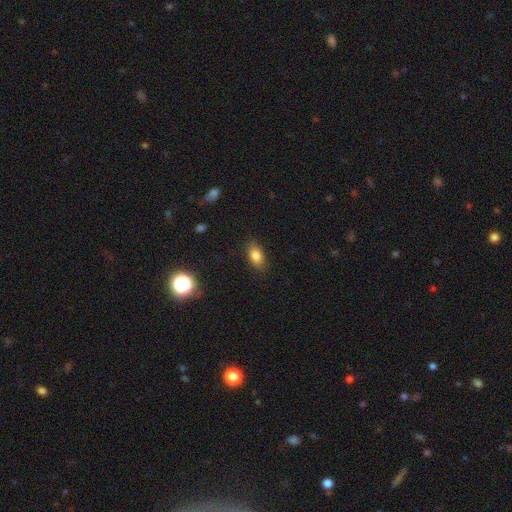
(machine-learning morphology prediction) A smooth galaxy with no disk features (82%) that is in between round and cigar-shaped (85%).

Vote fractions:
- Smooth or featured? smooth: 82% / star or artifact: 10% / featured or disk: 8%
- How rounded? in between: 85% / round: 12% / cigar-shaped: 3%
- Merging? none: 84% / minor disturbance: 12% / major disturbance: 3% / merger: 1%